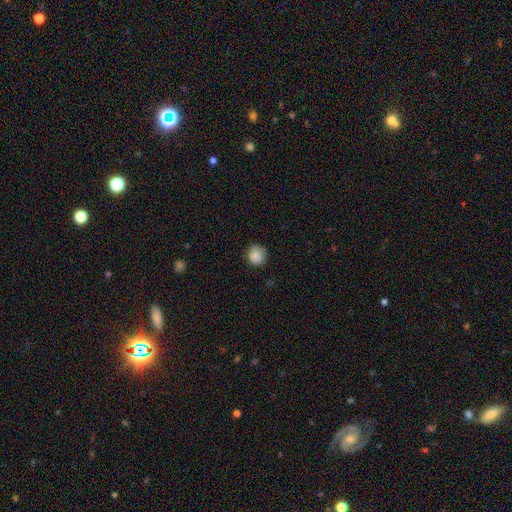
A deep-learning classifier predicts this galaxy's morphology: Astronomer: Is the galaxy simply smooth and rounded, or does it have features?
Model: smooth — 88%.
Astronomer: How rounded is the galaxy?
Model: round — 90%.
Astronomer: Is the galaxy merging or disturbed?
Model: none — 86%.